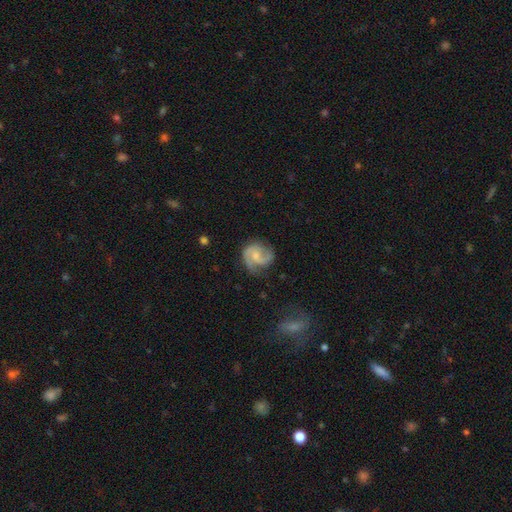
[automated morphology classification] featured or disk 84%, smooth 11%, star or artifact 5%. Down the decision tree: edge-on disk — no (98%); bar — no (52%); spiral arms — yes (97%); spiral arm count — 2 (84%); spiral winding — medium (53%); bulge size — small (47%); merging — none (69%).